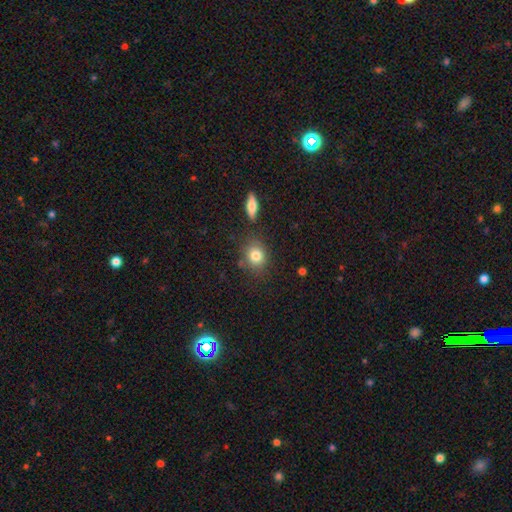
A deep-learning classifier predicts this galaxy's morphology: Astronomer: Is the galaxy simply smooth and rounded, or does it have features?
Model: smooth — 81%.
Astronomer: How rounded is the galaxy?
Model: round — 64%.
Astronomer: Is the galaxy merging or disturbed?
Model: none — 77%.